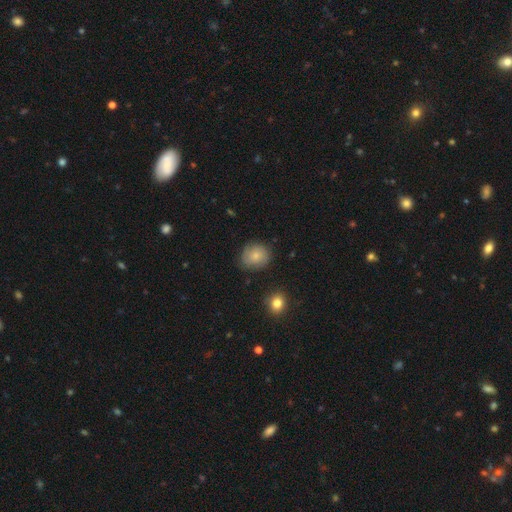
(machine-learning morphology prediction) Smooth or featured: smooth — 79% (featured or disk — 13%)
How rounded: round — 75% (in between — 24%)
Merging: none — 78% (minor disturbance — 17%)